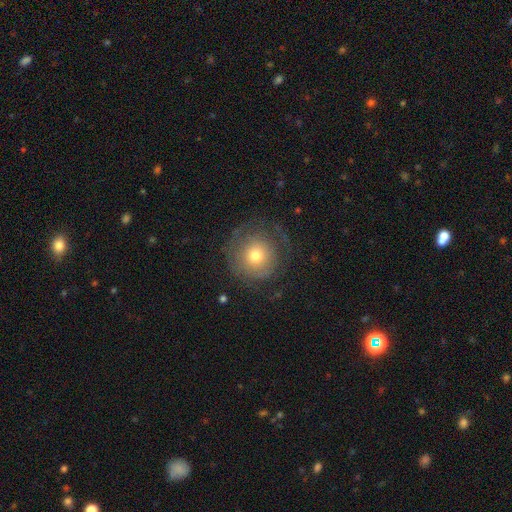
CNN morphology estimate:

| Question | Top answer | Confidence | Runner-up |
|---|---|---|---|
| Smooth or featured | smooth | 56% | featured or disk (33%) |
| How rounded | round | 93% | in between (6%) |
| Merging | none | 67% | minor disturbance (17%) |